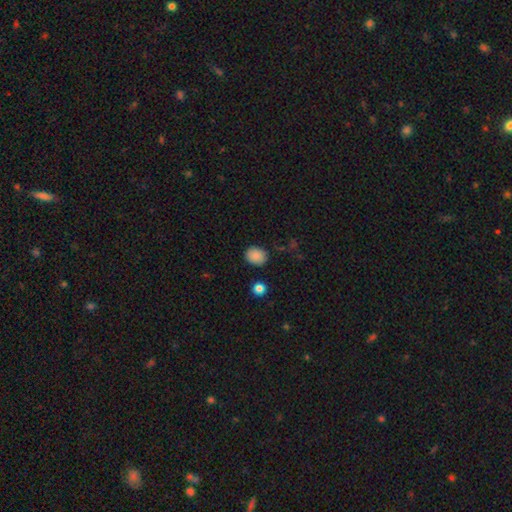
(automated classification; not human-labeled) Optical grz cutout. It shows a smooth galaxy with no disk features (87%) that is round (54%). Merging: none (84%).